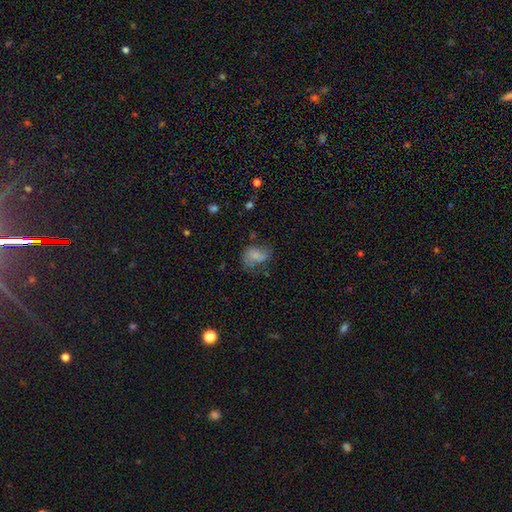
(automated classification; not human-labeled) Smooth or featured: smooth — 58% (featured or disk — 31%)
How rounded: in between — 68% (round — 31%)
Merging: none — 41% (minor disturbance — 29%)